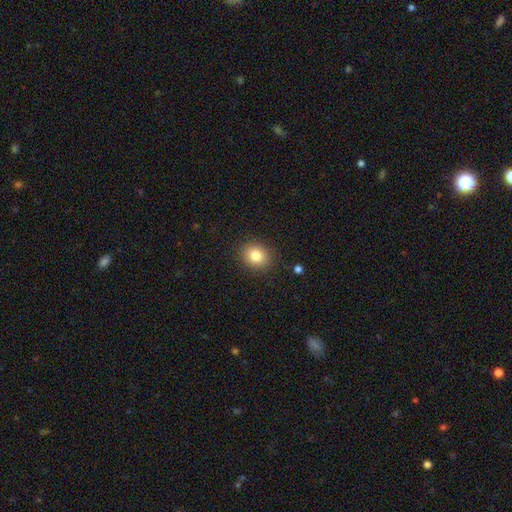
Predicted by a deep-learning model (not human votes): This is clearly a smooth galaxy (82%). How rounded: likely round (64%). Merging: clearly none (88%).